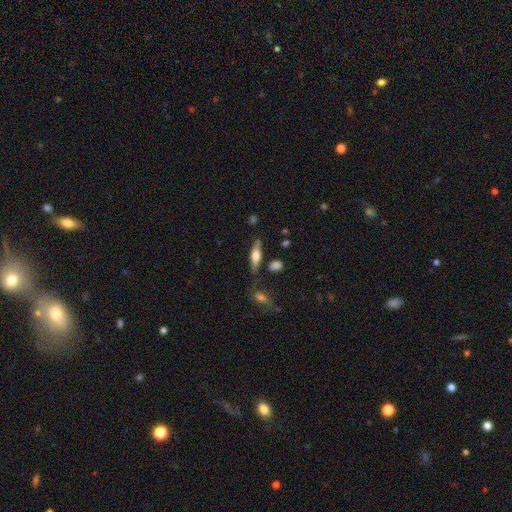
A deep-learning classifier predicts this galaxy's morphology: Q: Smooth or featured?
A: featured or disk (49%); runner-up: smooth (44%)
Q: Merging?
A: none (75%); runner-up: minor disturbance (14%)